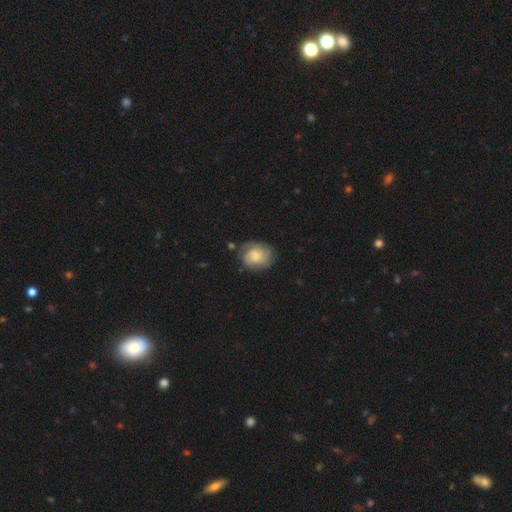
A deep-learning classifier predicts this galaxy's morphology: Smooth or featured?
  - featured or disk: 54% *
  - smooth: 38%
  - star or artifact: 8%
Edge-on disk?
  - no: 98% *
  - yes: 2%
Bar?
  - no: 69% *
  - weak: 27%
  - strong: 3%
Spiral arms?
  - yes: 90% *
  - no: 10%
Bulge size?
  - small: 42% *
  - moderate: 34%
  - none: 13%
  - large: 9%
  - dominant: 2%
Merging?
  - none: 70% *
  - minor disturbance: 20%
  - major disturbance: 7%
  - merger: 2%